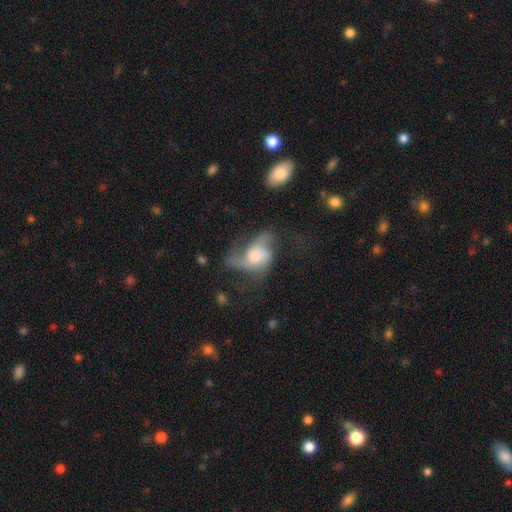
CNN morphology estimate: A featured or disk galaxy (64%) with no bar (70%), 3 (37%) loose (54%) spiral arms (83%) and a moderate central bulge (49%). Merging: major disturbance (41%).